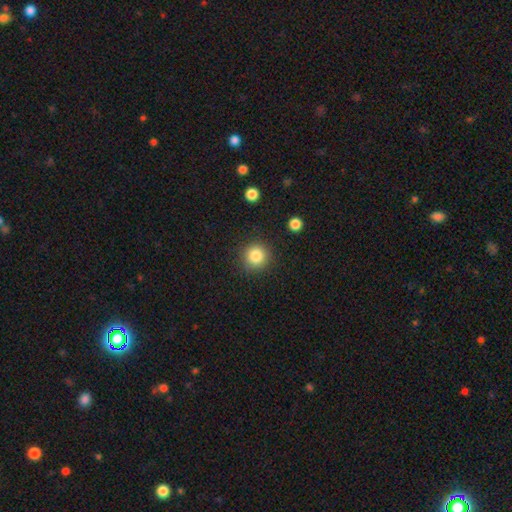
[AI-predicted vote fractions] This appears to be a smooth galaxy with no disk features (84%) that is round (93%). Merging: none (88%).